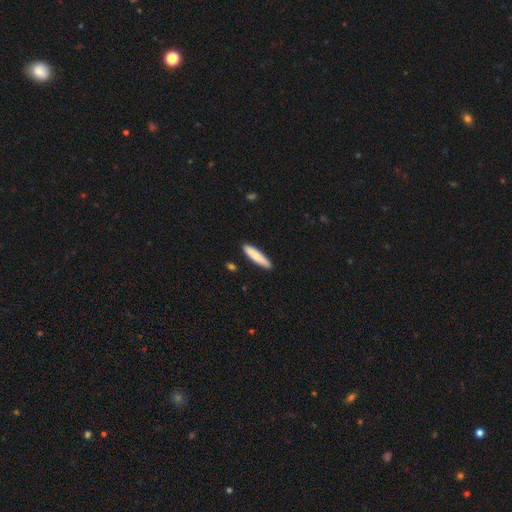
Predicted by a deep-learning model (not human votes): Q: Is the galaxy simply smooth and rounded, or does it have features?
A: smooth — 79%.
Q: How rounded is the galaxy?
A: cigar-shaped — 85%.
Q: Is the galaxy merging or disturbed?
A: none — 89%.